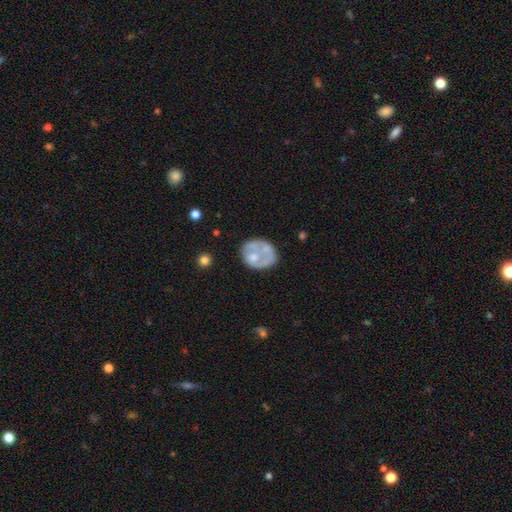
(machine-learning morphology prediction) A featured or disk galaxy (48%). Merging: none (45%).